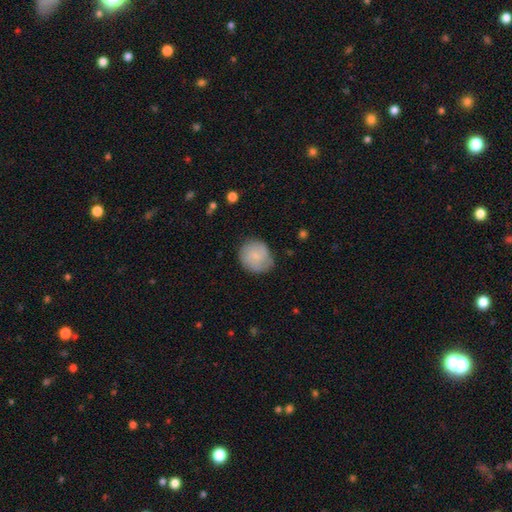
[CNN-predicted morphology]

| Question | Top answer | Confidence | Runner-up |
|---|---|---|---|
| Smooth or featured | smooth | 71% | featured or disk (22%) |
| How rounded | round | 82% | in between (17%) |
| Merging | none | 71% | minor disturbance (22%) |